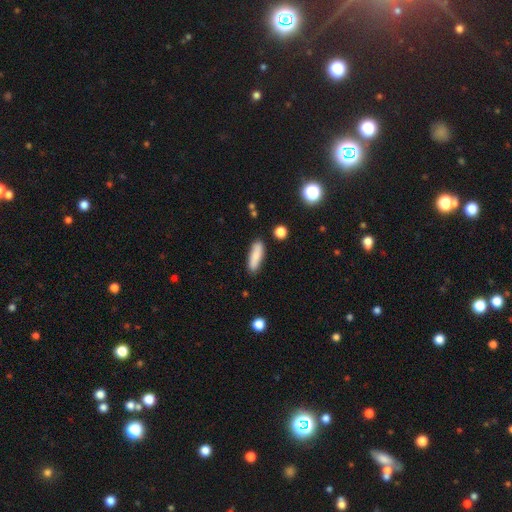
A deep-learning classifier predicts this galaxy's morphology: Overall: smooth (84%). How rounded: cigar-shaped (56%; in between 42%). Merging: none (84%).